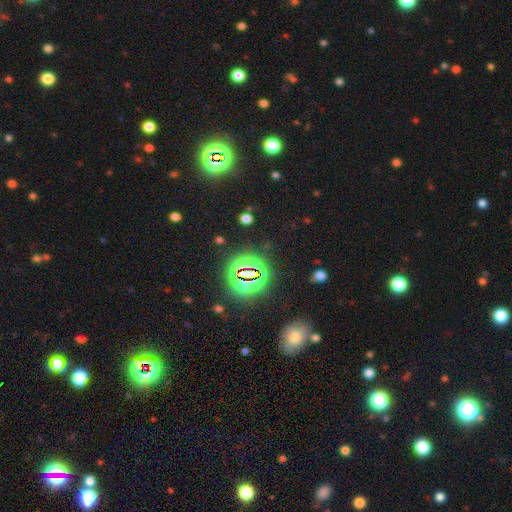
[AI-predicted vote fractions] Smooth or featured? star or artifact (78%)